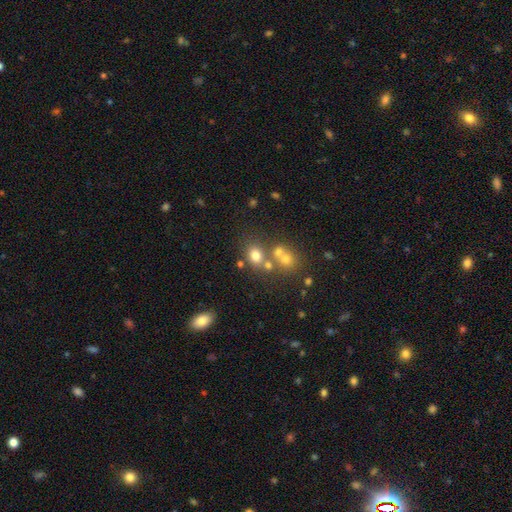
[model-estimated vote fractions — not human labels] smooth-or-featured: smooth: 70% | star or artifact: 17% | featured or disk: 13%
  how-rounded: round: 54% | in between: 45% | cigar-shaped: 1%
  merging: none: 56% | merger: 27% | minor disturbance: 11% | major disturbance: 5%